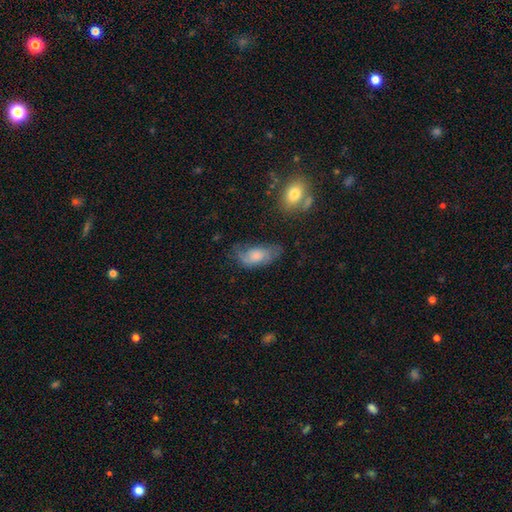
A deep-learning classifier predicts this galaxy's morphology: Smooth or featured?
  - smooth: 54% *
  - featured or disk: 38%
  - star or artifact: 8%
How rounded?
  - in between: 89% *
  - cigar-shaped: 6%
  - round: 5%
Merging?
  - none: 50% *
  - minor disturbance: 29%
  - major disturbance: 18%
  - merger: 3%